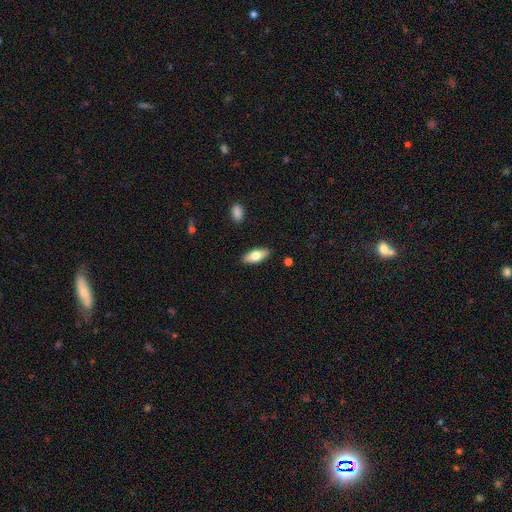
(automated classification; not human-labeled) Smooth or featured?
  - smooth: 69% *
  - featured or disk: 25%
  - star or artifact: 6%
How rounded?
  - in between: 80% *
  - cigar-shaped: 17%
  - round: 3%
Merging?
  - none: 88% *
  - minor disturbance: 9%
  - major disturbance: 2%
  - merger: 1%